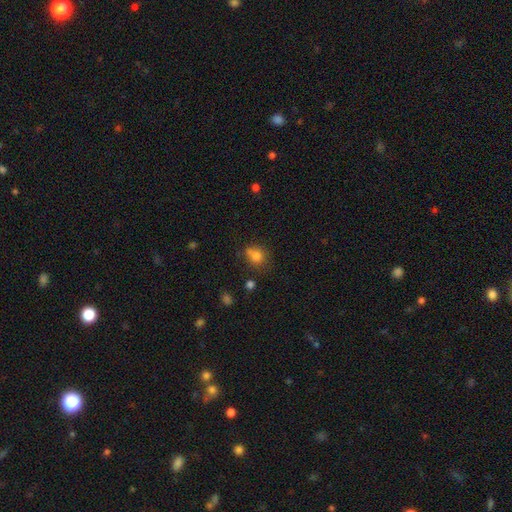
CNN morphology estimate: smooth-or-featured: smooth: 78% | star or artifact: 13% | featured or disk: 9%
  how-rounded: round: 71% | in between: 28% | cigar-shaped: 1%
  merging: none: 53% | merger: 21% | minor disturbance: 19% | major disturbance: 7%